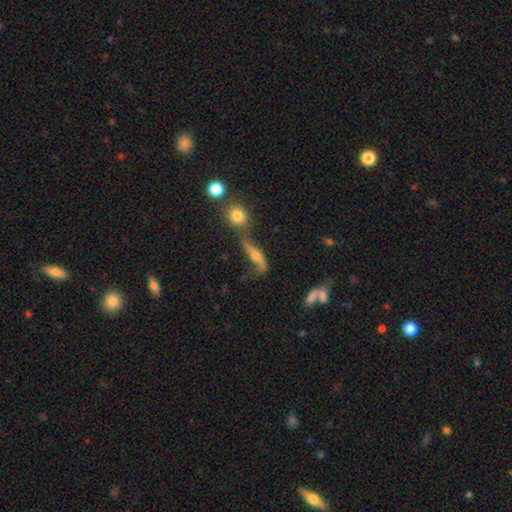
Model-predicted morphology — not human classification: The model was most divided on "merging": none: 40%, merger: 23%, minor disturbance: 20%, major disturbance: 17%. More confident: edge-on disk — no (68%); smooth or featured — featured or disk (65%).